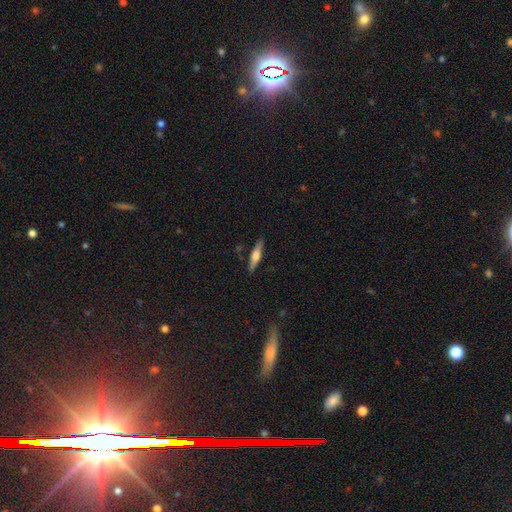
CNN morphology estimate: Overall: featured or disk (49%; smooth 45%). Merging: none (88%).